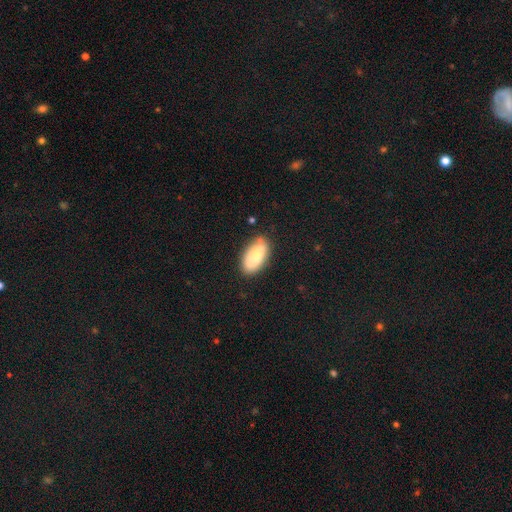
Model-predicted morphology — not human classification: A smooth galaxy with no disk features (66%) that is in between round and cigar-shaped (93%).

Vote fractions:
- Smooth or featured? smooth: 66% / featured or disk: 27% / star or artifact: 7%
- How rounded? in between: 93% / cigar-shaped: 4% / round: 3%
- Merging? none: 74% / minor disturbance: 19% / major disturbance: 4% / merger: 3%